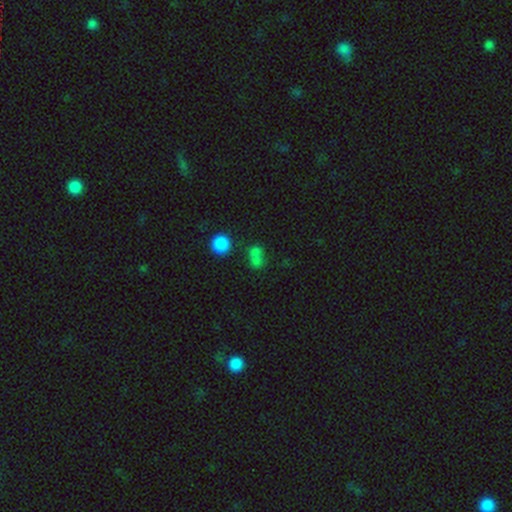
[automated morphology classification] smooth 70%, star or artifact 19%, featured or disk 10%. Down the decision tree: how rounded — round (60%); merging — merger (42%).